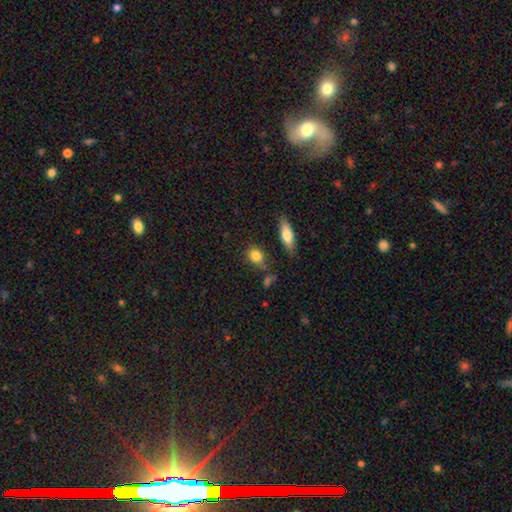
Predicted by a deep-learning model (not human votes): smooth 84%, star or artifact 9%, featured or disk 7%. Down the decision tree: how rounded — round (51%); merging — none (72%).